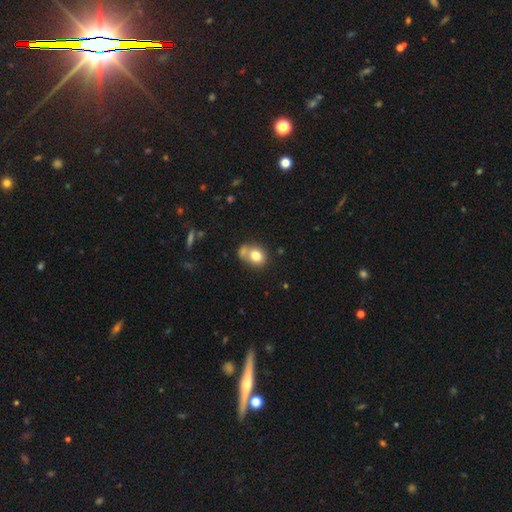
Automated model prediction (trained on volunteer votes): Morphology: type=smooth (77%); roundness=round (59%); merging=none (45%).